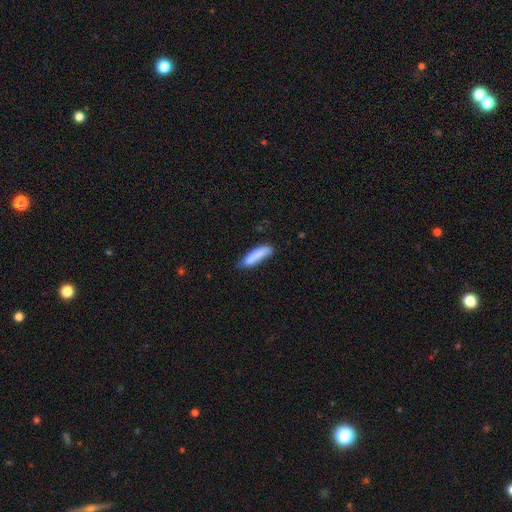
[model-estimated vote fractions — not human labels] A smooth galaxy with no disk features (81%) that is cigar-shaped (66%).

Vote fractions:
- Smooth or featured? smooth: 81% / featured or disk: 12% / star or artifact: 6%
- How rounded? cigar-shaped: 66% / in between: 32% / round: 2%
- Merging? none: 58% / minor disturbance: 27% / merger: 9% / major disturbance: 7%